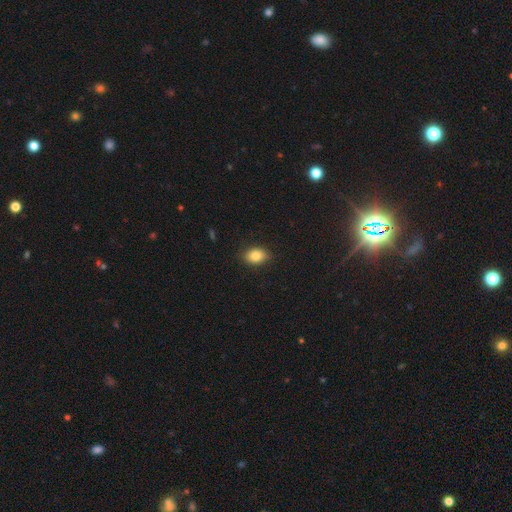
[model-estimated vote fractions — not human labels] smooth-or-featured: smooth: 85% | star or artifact: 9% | featured or disk: 7%
  how-rounded: in between: 73% | round: 25% | cigar-shaped: 1%
  merging: none: 86% | minor disturbance: 11% | major disturbance: 2% | merger: 1%